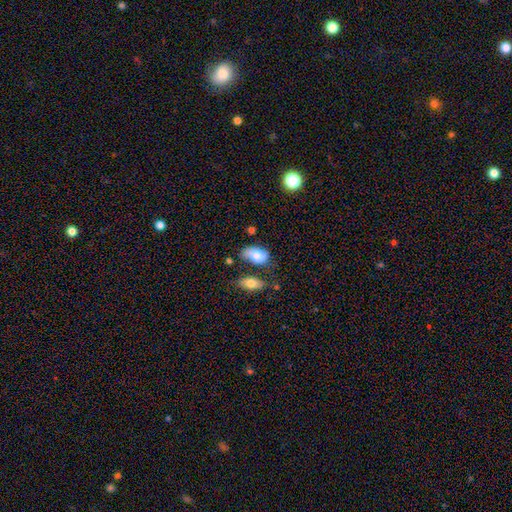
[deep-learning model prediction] smooth_or_featured: smooth (p=0.78) [alt: featured or disk p=0.15]
how_rounded: in between (p=0.93) [alt: round p=0.05]
merging: none (p=0.53) [alt: minor disturbance p=0.26]